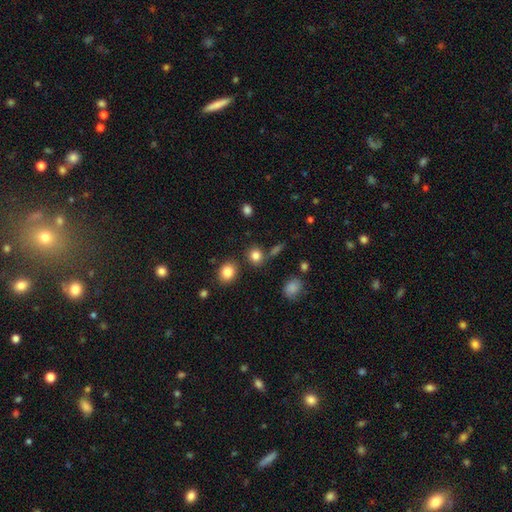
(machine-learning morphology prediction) This is clearly a smooth galaxy (83%). How rounded: likely round (80%). Merging: likely none (77%).